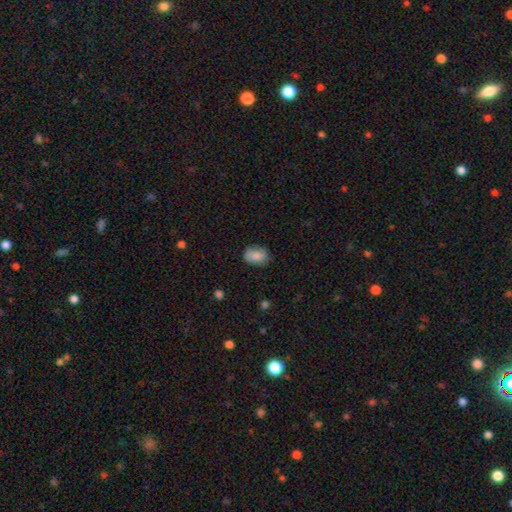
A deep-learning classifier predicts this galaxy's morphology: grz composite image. It shows a smooth galaxy with no disk features (85%) that is in between round and cigar-shaped (80%). Merging: none (75%).